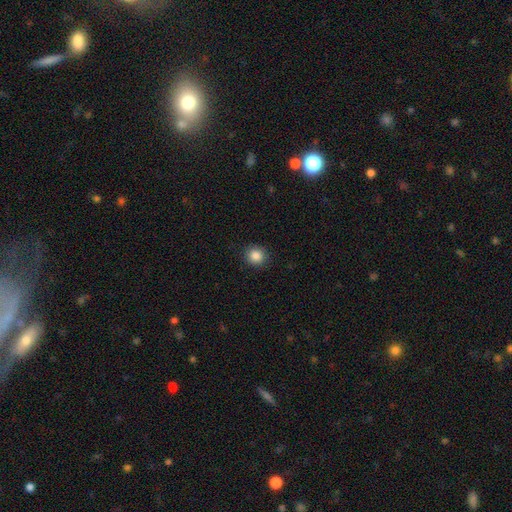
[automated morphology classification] Smooth or featured: smooth — 86% (star or artifact — 10%)
How rounded: round — 89% (in between — 10%)
Merging: none — 91% (minor disturbance — 6%)